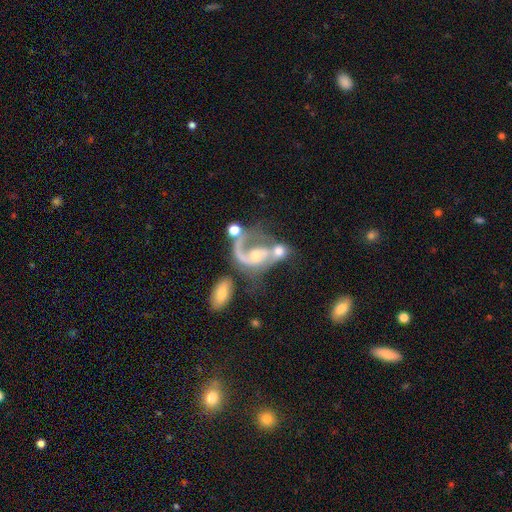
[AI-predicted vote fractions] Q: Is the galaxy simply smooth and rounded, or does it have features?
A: featured or disk — 79%.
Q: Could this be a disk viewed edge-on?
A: no — 97%.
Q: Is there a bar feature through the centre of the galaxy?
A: no — 62%.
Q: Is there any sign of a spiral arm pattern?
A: yes — 86%.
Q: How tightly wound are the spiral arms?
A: loose — 46%.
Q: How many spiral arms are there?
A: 1 — 51%.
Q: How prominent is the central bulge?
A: moderate — 48%.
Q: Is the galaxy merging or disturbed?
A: merger — 47%.